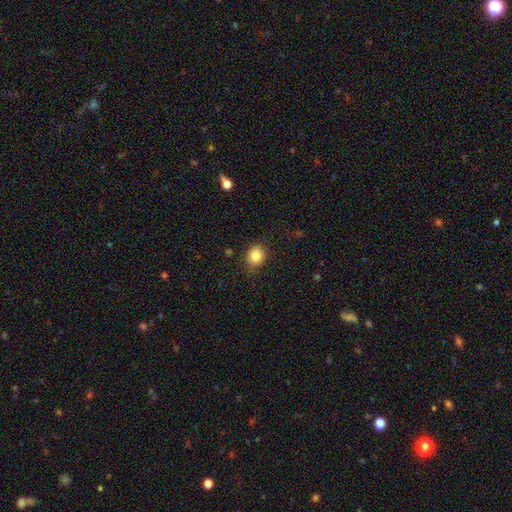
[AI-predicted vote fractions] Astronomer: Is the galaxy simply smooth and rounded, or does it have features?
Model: smooth — 84%.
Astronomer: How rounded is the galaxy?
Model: round — 62% (runner-up: in between, 37%).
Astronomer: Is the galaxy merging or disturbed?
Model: none — 82%.